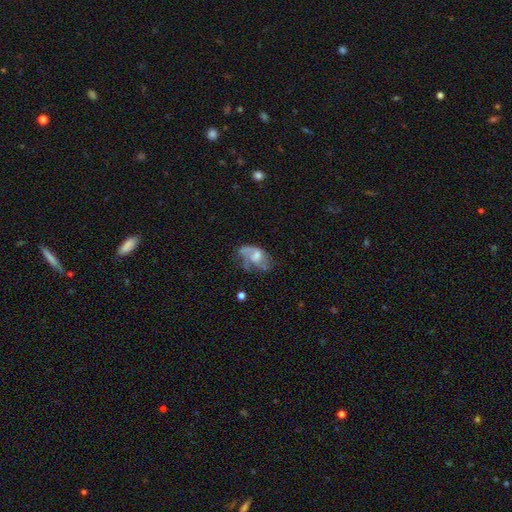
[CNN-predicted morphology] A featured or disk galaxy (56%) with no bar (63%), spiral arms (59%) and a moderate central bulge (44%). Merging: major disturbance (34%).